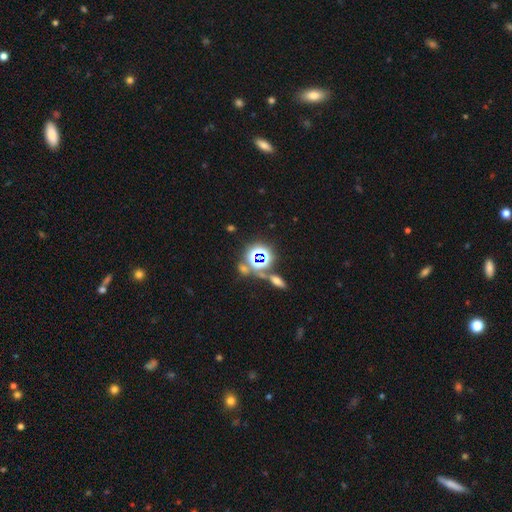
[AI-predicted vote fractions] Q: Smooth or featured?
A: star or artifact (62%); runner-up: smooth (27%)